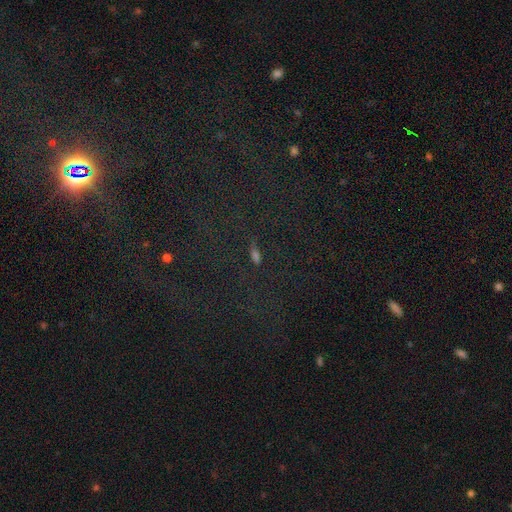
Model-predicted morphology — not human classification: This is possibly a star or artifact rather than a galaxy (45%).